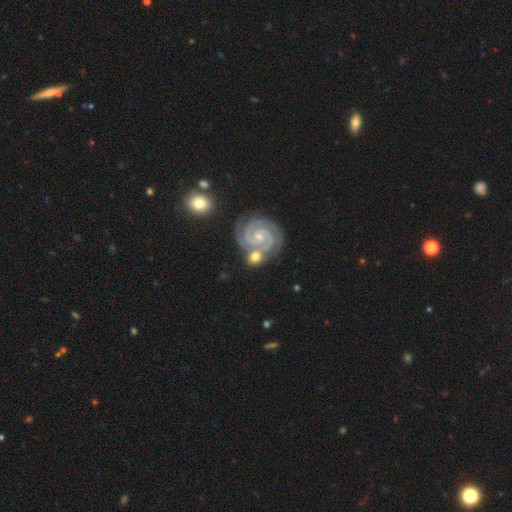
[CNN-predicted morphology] Smooth or featured? featured or disk (90%)
Edge-on disk? no (98%)
Bar? no (63%)
Spiral arms? yes (98%)
Spiral winding? tight (80%)
Spiral arm count? 2 (78%)
Bulge size? small (67%)
Merging? none (68%)